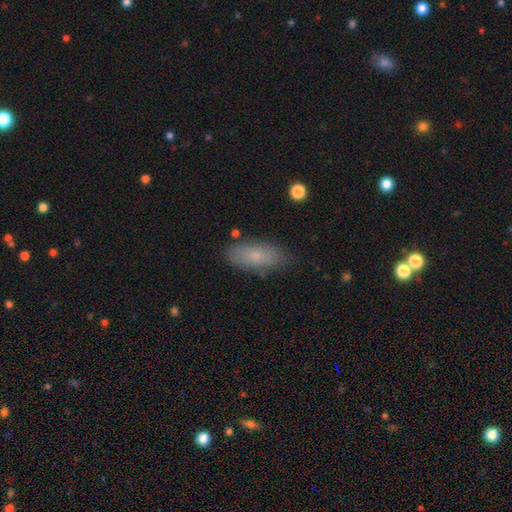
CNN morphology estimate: This is likely a smooth galaxy (76%). How rounded: likely in between (80%). Merging: clearly none (81%).